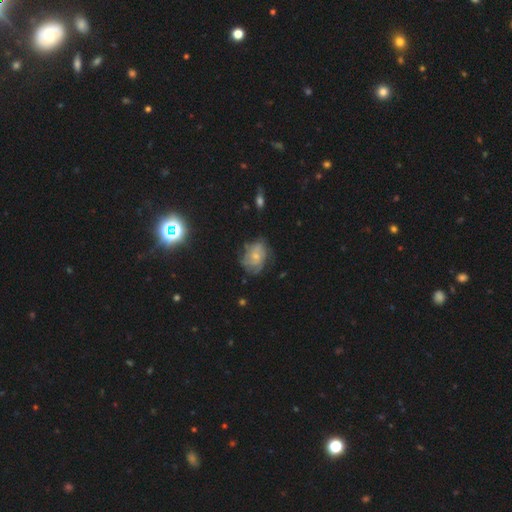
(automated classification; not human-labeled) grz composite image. It shows a featured or disk galaxy (64%) with no bar (75%), tight (50%) spiral arms (83%) and a small central bulge (57%). Merging: none (62%).